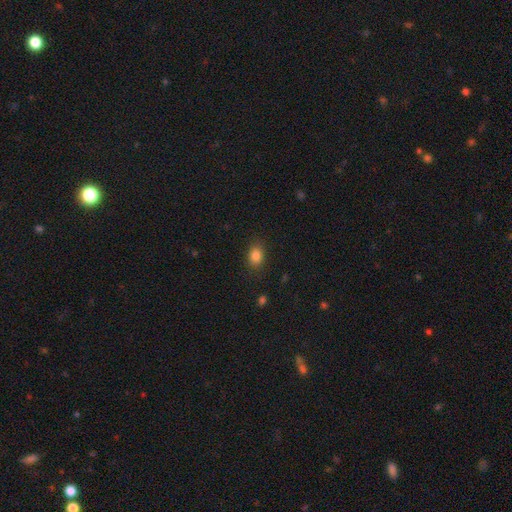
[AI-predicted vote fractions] Overall: smooth (84%). How rounded: in between (67%; round 31%). Merging: none (86%).